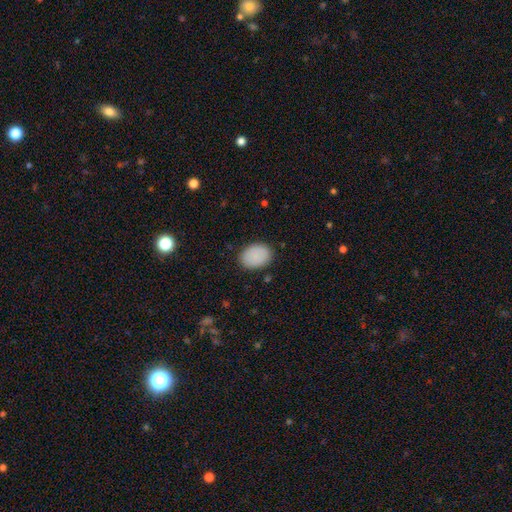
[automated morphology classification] Overall: smooth (87%). How rounded: in between (76%). Merging: none (86%).